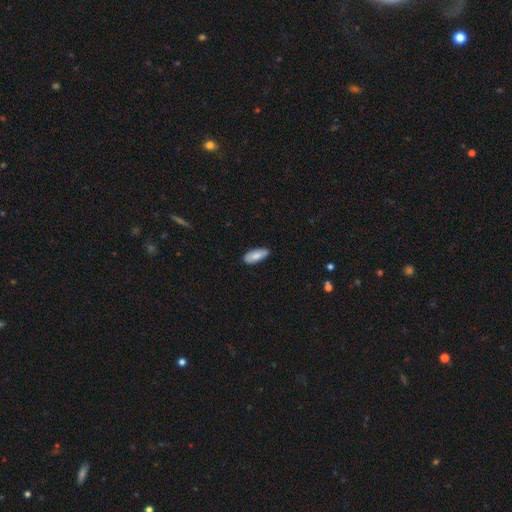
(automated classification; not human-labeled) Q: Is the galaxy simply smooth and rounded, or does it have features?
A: smooth — 84%.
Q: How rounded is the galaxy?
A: in between — 81%.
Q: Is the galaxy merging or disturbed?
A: none — 83%.